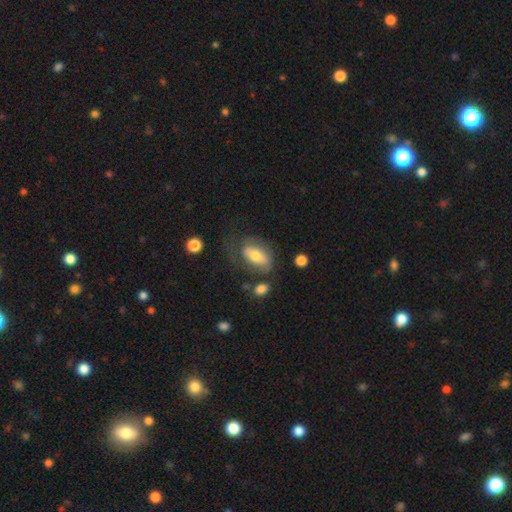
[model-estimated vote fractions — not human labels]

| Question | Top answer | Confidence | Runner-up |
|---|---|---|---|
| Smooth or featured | smooth | 55% | featured or disk (38%) |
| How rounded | in between | 87% | round (7%) |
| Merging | none | 43% | major disturbance (27%) |